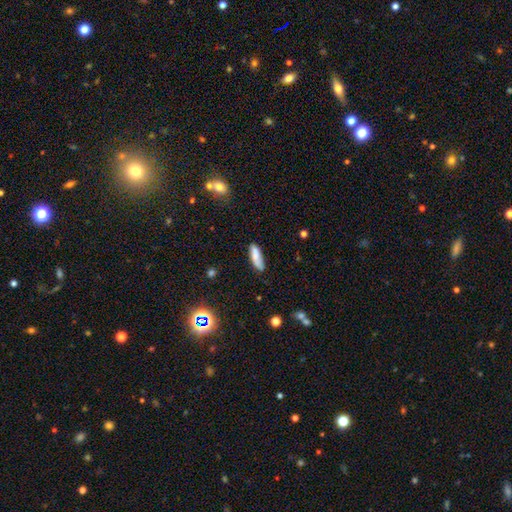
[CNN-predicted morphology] The model was most divided on "how rounded": in between: 52%, cigar-shaped: 46%, round: 2%. More confident: smooth or featured — smooth (75%); merging — none (66%).